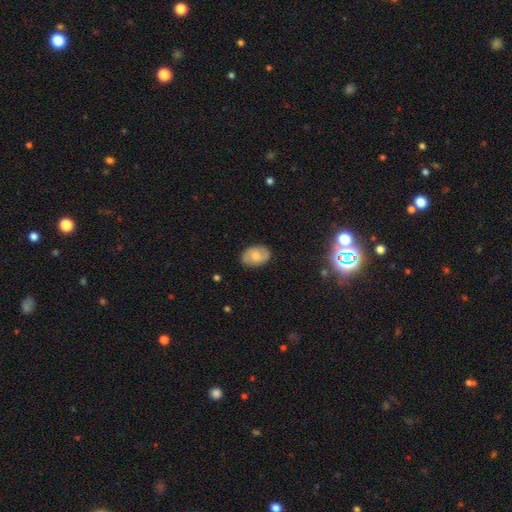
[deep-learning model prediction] smooth 54%, featured or disk 38%, star or artifact 8%. Down the decision tree: how rounded — in between (81%); merging — none (83%).